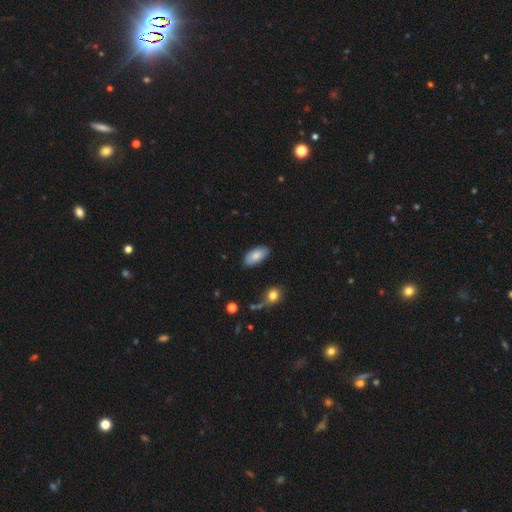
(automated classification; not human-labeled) Morphology: type=smooth (83%); roundness=in between (92%); merging=none (84%).